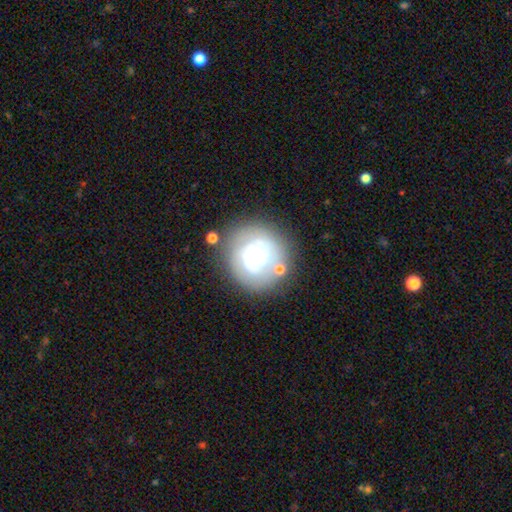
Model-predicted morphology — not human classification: Smooth or featured: featured or disk — 52% (smooth — 40%)
Edge-on disk: no — 97% (yes — 3%)
Merging: none — 71% (minor disturbance — 15%)